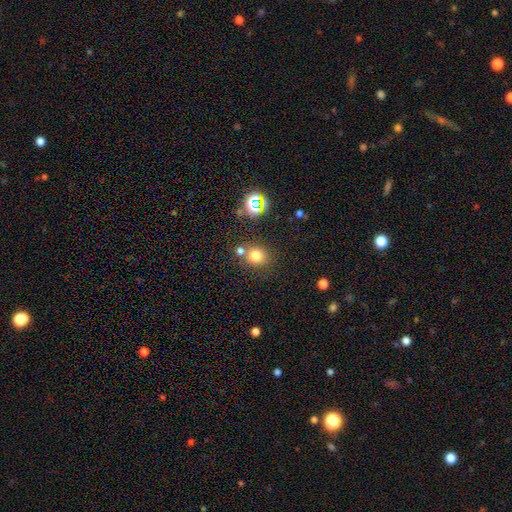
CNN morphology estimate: smooth 74%, star or artifact 18%, featured or disk 8%. Down the decision tree: how rounded — round (81%); merging — none (68%).